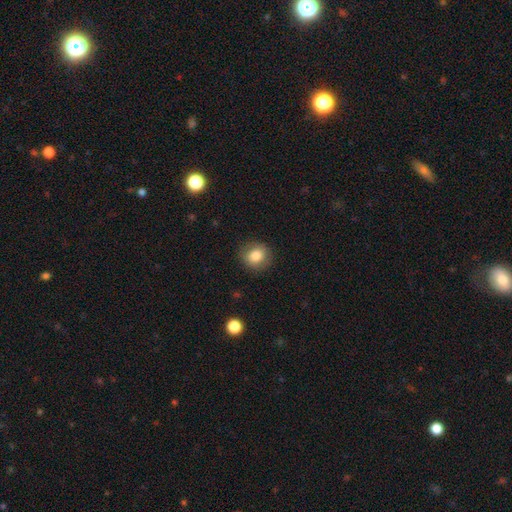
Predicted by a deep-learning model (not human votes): Overall: smooth (82%). How rounded: round (84%). Merging: none (87%).